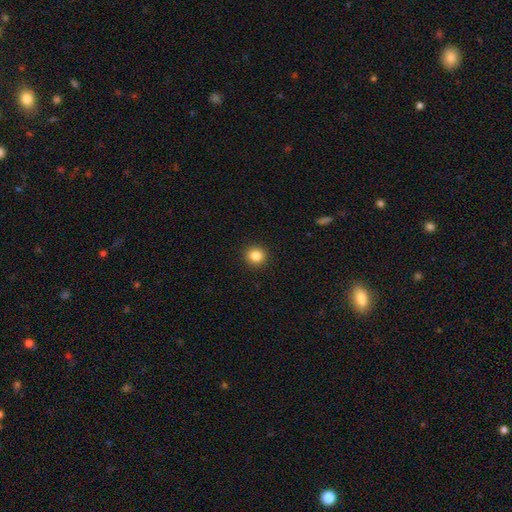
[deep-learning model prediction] Smooth or featured? smooth (84%)
How rounded? round (92%)
Merging? none (93%)